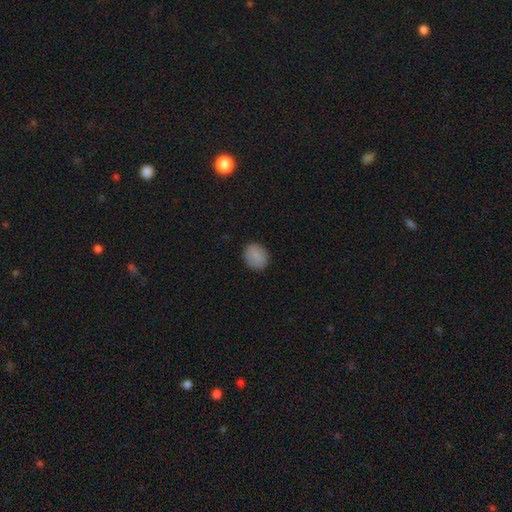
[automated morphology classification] A smooth galaxy with no disk features (86%) that is round (64%).

Vote fractions:
- Smooth or featured? smooth: 86% / star or artifact: 8% / featured or disk: 5%
- How rounded? round: 64% / in between: 35% / cigar-shaped: 1%
- Merging? none: 88% / minor disturbance: 9% / major disturbance: 2% / merger: 1%